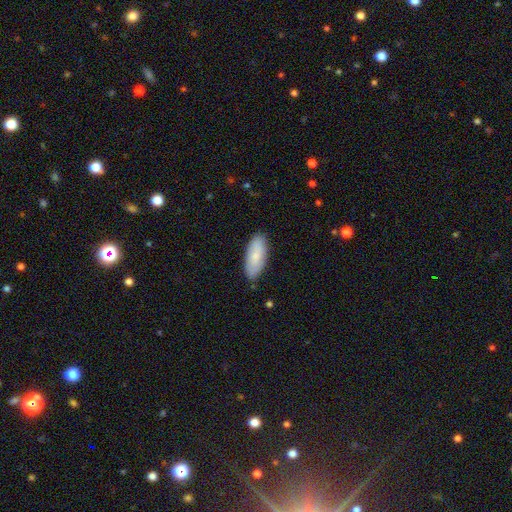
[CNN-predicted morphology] Smooth or featured? Predicted: smooth (p=0.77). How rounded? Predicted: in between (p=0.83). Merging? Predicted: none (p=0.84).